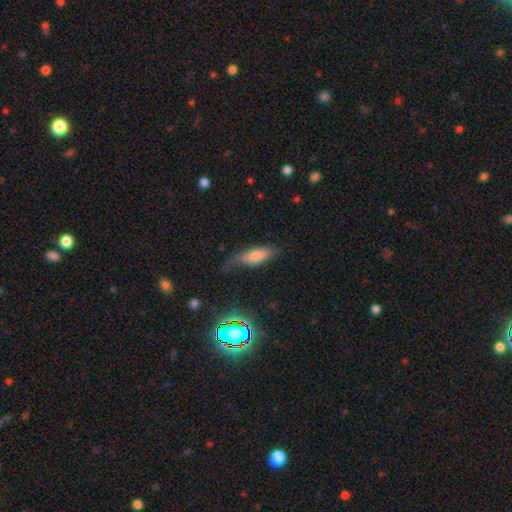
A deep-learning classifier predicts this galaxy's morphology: smooth 65%, featured or disk 24%, star or artifact 12%. Down the decision tree: how rounded — in between (58%); merging — none (44%).